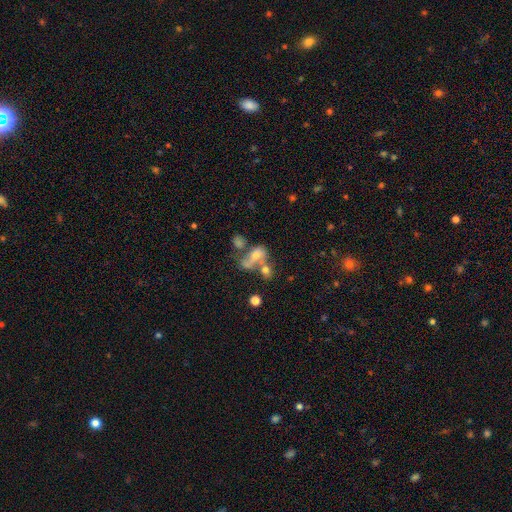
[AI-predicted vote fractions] This appears to be a smooth galaxy with no disk features (45%). Merging: merger (47%).